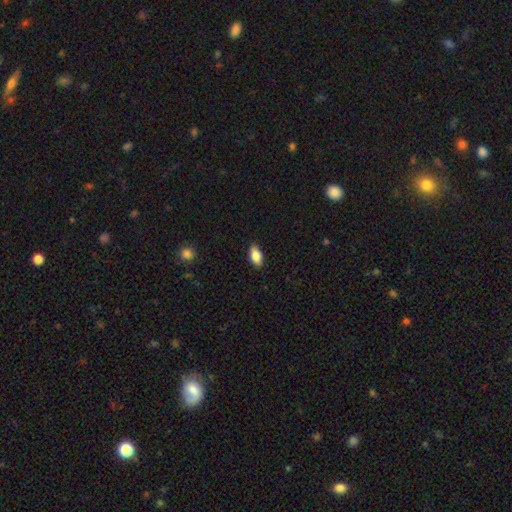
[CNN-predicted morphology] A smooth galaxy with no disk features (84%) that is in between round and cigar-shaped (91%).

Vote fractions:
- Smooth or featured? smooth: 84% / featured or disk: 9% / star or artifact: 7%
- How rounded? in between: 91% / cigar-shaped: 5% / round: 4%
- Merging? none: 89% / minor disturbance: 8% / major disturbance: 2% / merger: 1%